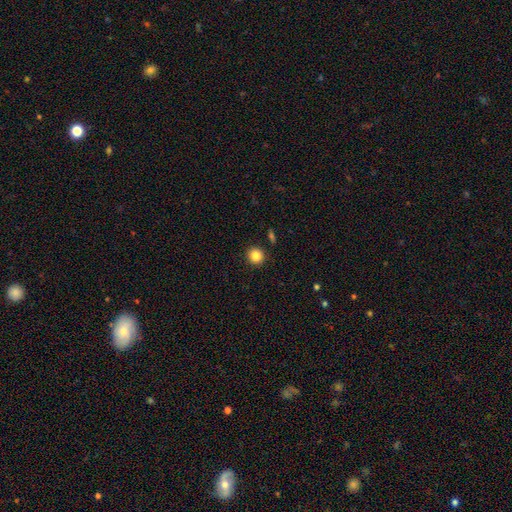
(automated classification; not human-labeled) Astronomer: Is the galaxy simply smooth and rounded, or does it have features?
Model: smooth — 85%.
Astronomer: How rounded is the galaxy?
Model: round — 92%.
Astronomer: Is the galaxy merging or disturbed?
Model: none — 90%.